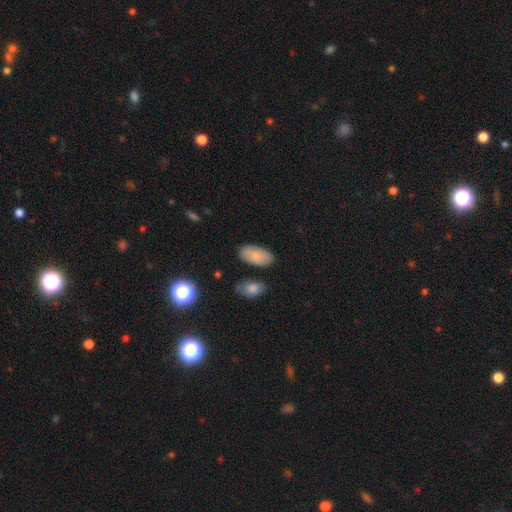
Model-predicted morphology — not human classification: This is clearly a smooth galaxy (84%). How rounded: clearly in between (95%). Merging: likely none (78%).